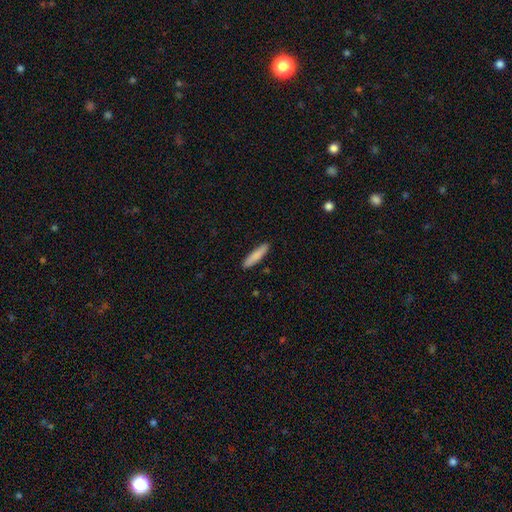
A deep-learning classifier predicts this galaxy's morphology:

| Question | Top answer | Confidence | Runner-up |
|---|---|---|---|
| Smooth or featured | smooth | 84% | featured or disk (10%) |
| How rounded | cigar-shaped | 84% | in between (15%) |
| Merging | none | 90% | minor disturbance (7%) |